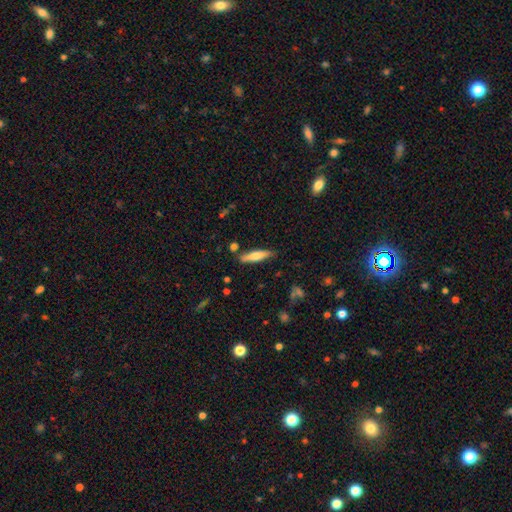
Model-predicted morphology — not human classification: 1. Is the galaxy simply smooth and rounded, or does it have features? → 59% smooth, 35% featured or disk, 6% star or artifact.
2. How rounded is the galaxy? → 73% cigar-shaped, 25% in between, 2% round.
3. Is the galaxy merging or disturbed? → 82% none, 12% minor disturbance, 4% merger, 2% major disturbance.